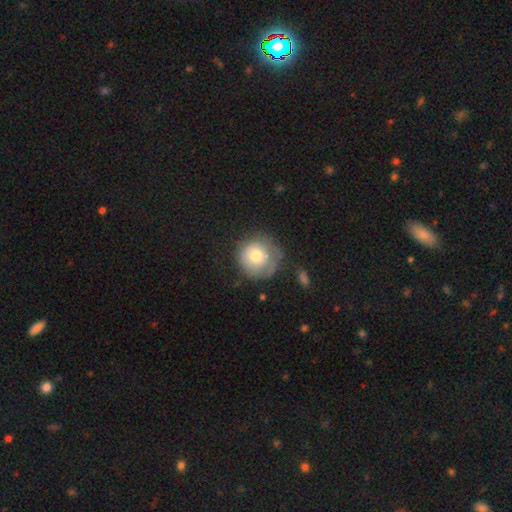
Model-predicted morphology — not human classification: smooth 67%, featured or disk 25%, star or artifact 8%. Down the decision tree: how rounded — round (93%); merging — none (59%).